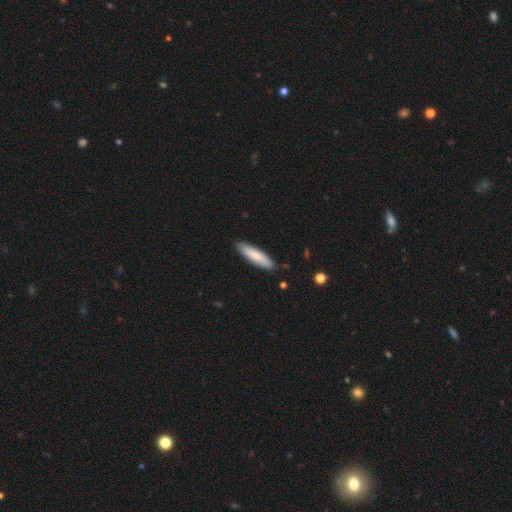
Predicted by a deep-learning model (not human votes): Smooth or featured: smooth — 82% (featured or disk — 13%)
How rounded: cigar-shaped — 75% (in between — 24%)
Merging: none — 88% (minor disturbance — 9%)